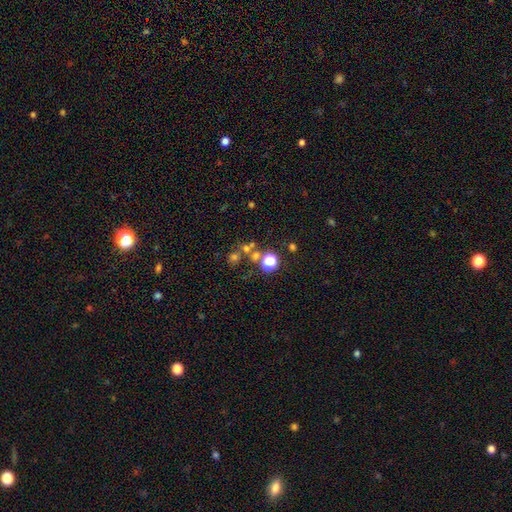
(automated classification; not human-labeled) smooth_or_featured: smooth (p=0.49) [alt: star or artifact p=0.38]
merging: none (p=0.56) [alt: merger p=0.30]